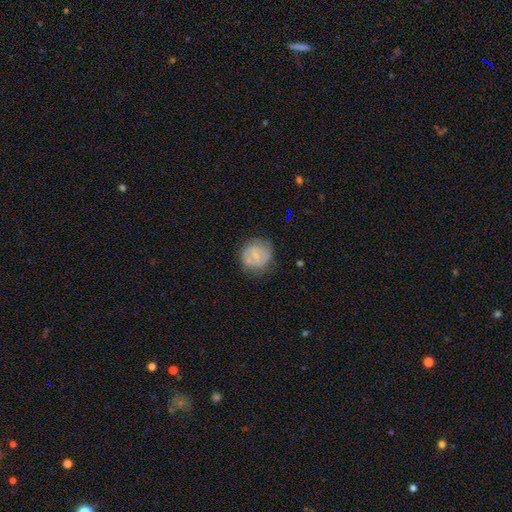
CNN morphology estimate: The model was most divided on "smooth or featured": smooth: 59%, featured or disk: 33%, star or artifact: 9%. More confident: how rounded — round (85%); merging — none (67%).